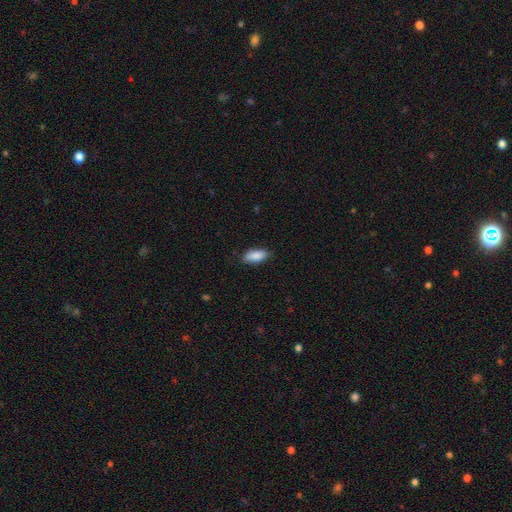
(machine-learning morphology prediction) Smooth or featured? smooth (89%)
How rounded? in between (87%)
Merging? none (84%)